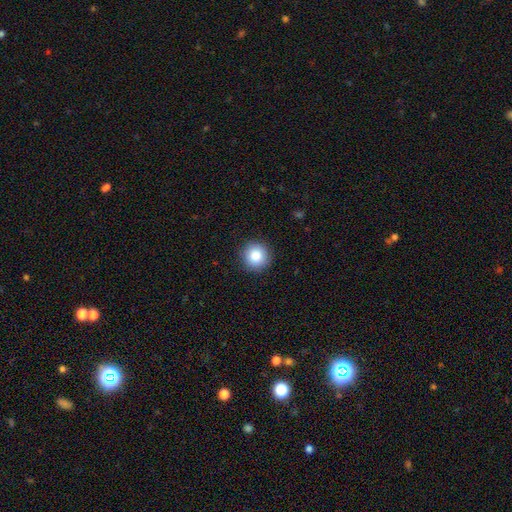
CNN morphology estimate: The model was most divided on "smooth or featured": smooth: 86%, star or artifact: 9%, featured or disk: 6%. More confident: how rounded — round (95%); merging — none (91%).